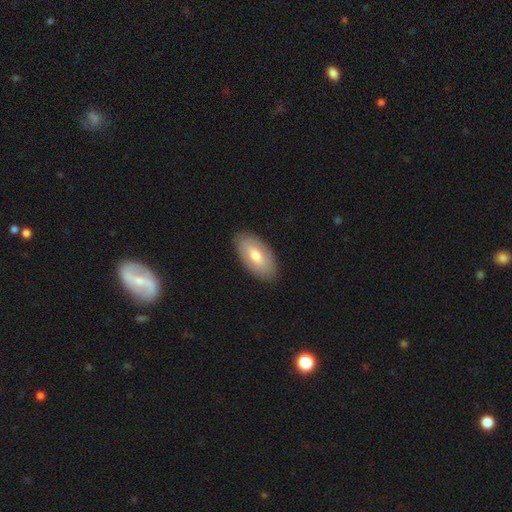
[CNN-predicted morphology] This is likely a smooth galaxy (66%). How rounded: clearly in between (93%). Merging: clearly none (87%).